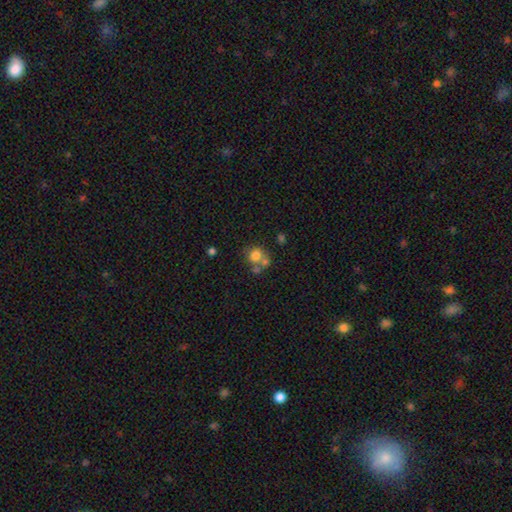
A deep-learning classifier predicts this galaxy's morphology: Smooth or featured?
  - smooth: 73% *
  - featured or disk: 15%
  - star or artifact: 12%
How rounded?
  - round: 78% *
  - in between: 21%
  - cigar-shaped: 1%
Merging?
  - none: 44% *
  - merger: 39%
  - minor disturbance: 11%
  - major disturbance: 6%